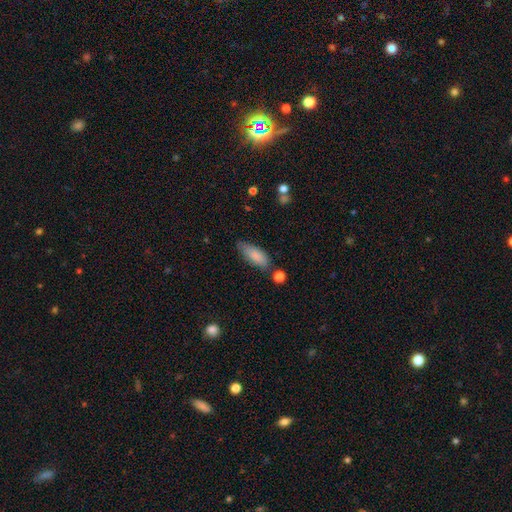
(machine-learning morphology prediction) Overall: smooth (82%). How rounded: in between (75%). Merging: none (65%).